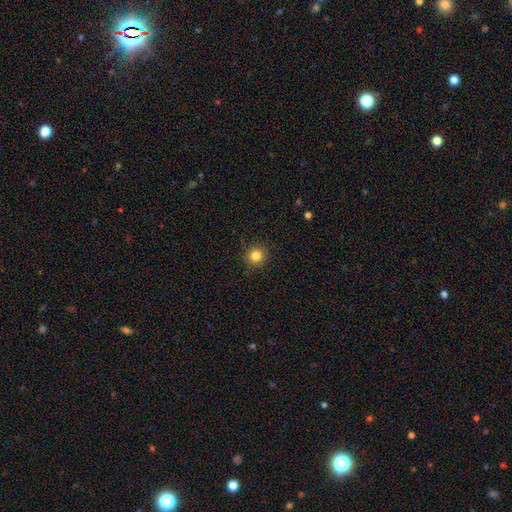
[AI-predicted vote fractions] smooth_or_featured: smooth (p=0.83) [alt: star or artifact p=0.12]
how_rounded: round (p=0.93) [alt: in between p=0.06]
merging: none (p=0.91) [alt: minor disturbance p=0.06]